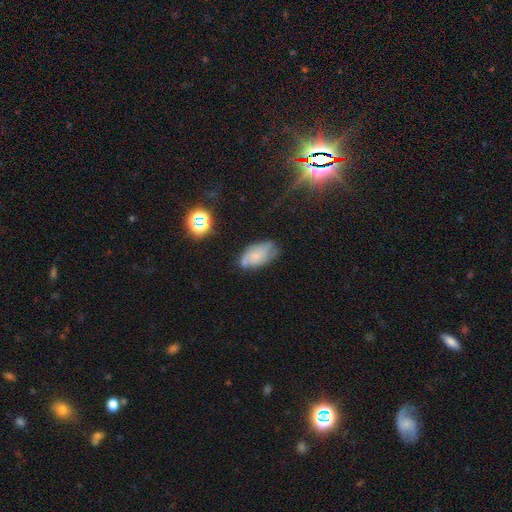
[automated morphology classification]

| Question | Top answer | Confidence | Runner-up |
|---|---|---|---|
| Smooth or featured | smooth | 48% | featured or disk (39%) |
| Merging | none | 56% | minor disturbance (29%) |